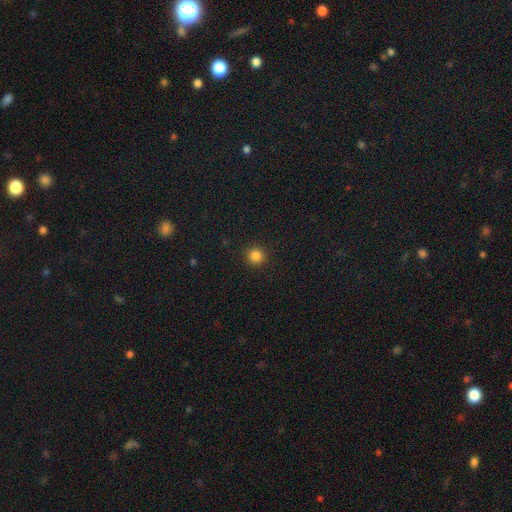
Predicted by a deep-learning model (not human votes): A smooth galaxy with no disk features (84%) that is round (94%).

Vote fractions:
- Smooth or featured? smooth: 84% / star or artifact: 12% / featured or disk: 4%
- How rounded? round: 94% / in between: 5% / cigar-shaped: 1%
- Merging? none: 92% / minor disturbance: 5% / major disturbance: 2% / merger: 1%